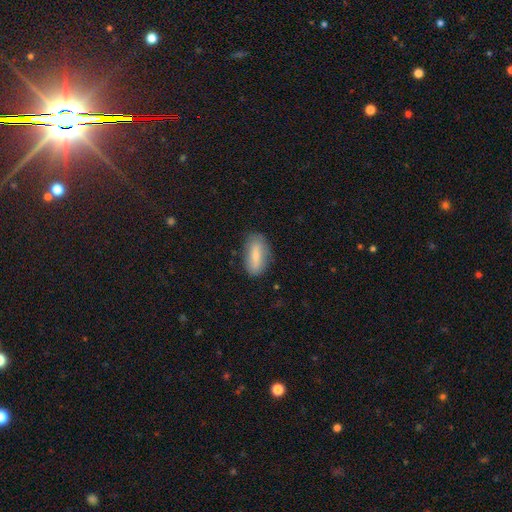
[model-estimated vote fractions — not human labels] Smooth or featured? smooth (75%)
How rounded? in between (83%)
Merging? none (75%)